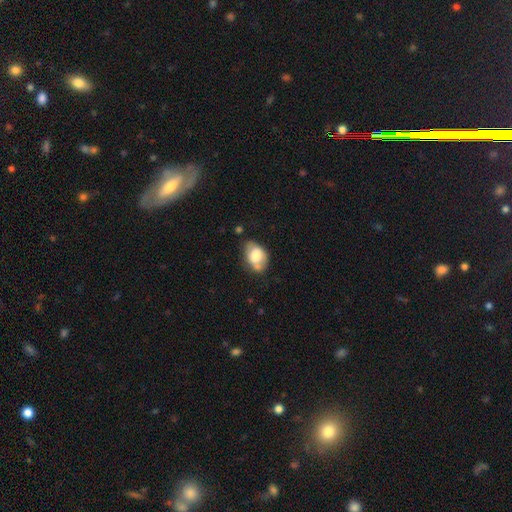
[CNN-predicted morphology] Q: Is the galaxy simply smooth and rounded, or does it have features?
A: smooth — 70%.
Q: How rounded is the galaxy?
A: in between — 83%.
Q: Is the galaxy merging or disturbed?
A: none — 46%.